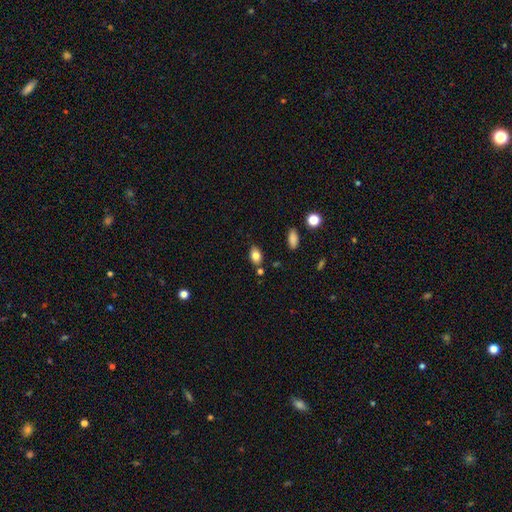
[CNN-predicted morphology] The model was most divided on "merging": none: 75%, minor disturbance: 15%, merger: 6%, major disturbance: 3%. More confident: how rounded — in between (82%); smooth or featured — smooth (82%).